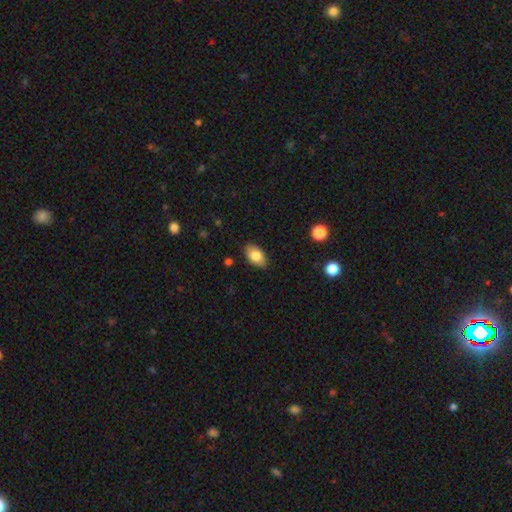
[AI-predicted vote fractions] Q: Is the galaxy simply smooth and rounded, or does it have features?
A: smooth — 82%.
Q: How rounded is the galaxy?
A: in between — 91%.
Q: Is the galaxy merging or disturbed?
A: none — 87%.